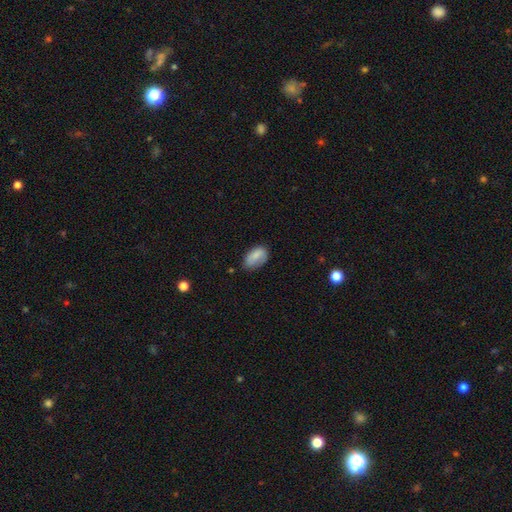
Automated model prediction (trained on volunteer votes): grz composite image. It shows a smooth galaxy with no disk features (78%) that is in between round and cigar-shaped (92%). Merging: none (59%).